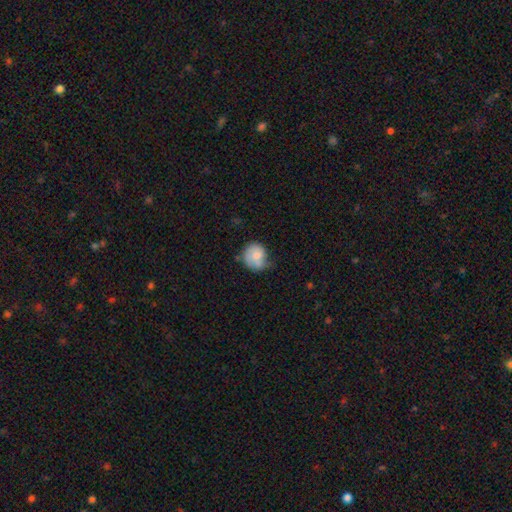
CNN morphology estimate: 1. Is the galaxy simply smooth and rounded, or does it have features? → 66% smooth, 27% featured or disk, 7% star or artifact.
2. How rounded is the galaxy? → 73% round, 26% in between, 1% cigar-shaped.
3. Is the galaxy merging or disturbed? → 43% none, 39% minor disturbance, 14% major disturbance, 4% merger.